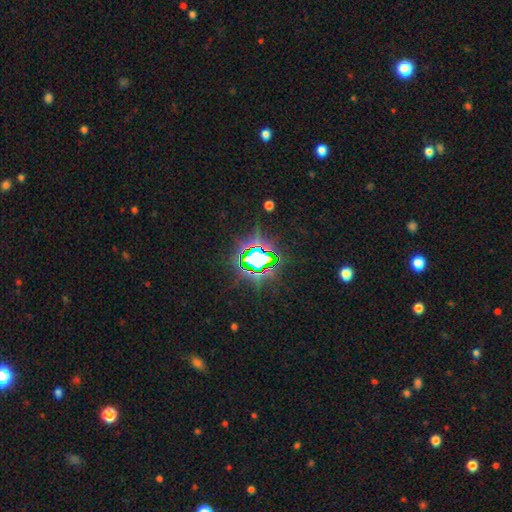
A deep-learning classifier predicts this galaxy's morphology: Smooth or featured? Predicted: star or artifact (p=0.77).